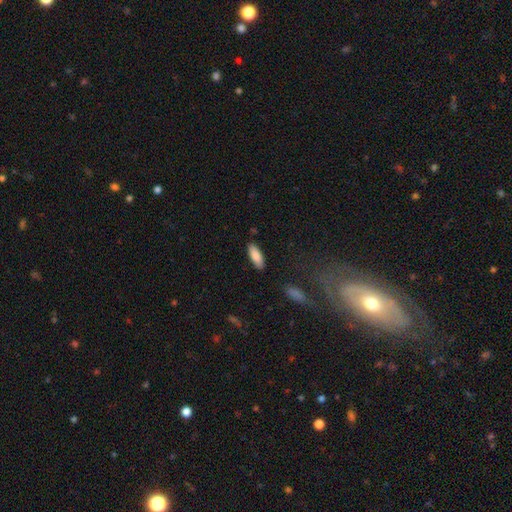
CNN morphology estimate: smooth-or-featured: smooth: 85% | featured or disk: 9% | star or artifact: 6%
  how-rounded: in between: 72% | cigar-shaped: 26% | round: 2%
  merging: none: 87% | minor disturbance: 10% | major disturbance: 2% | merger: 1%